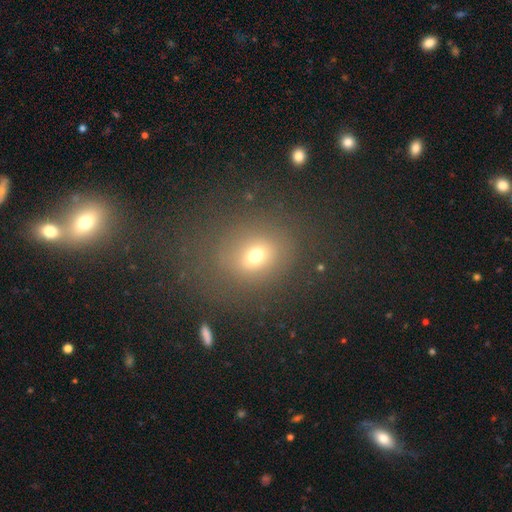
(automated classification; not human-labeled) This appears to be a smooth galaxy with no disk features (67%) that is round (58%). Merging: none (71%).